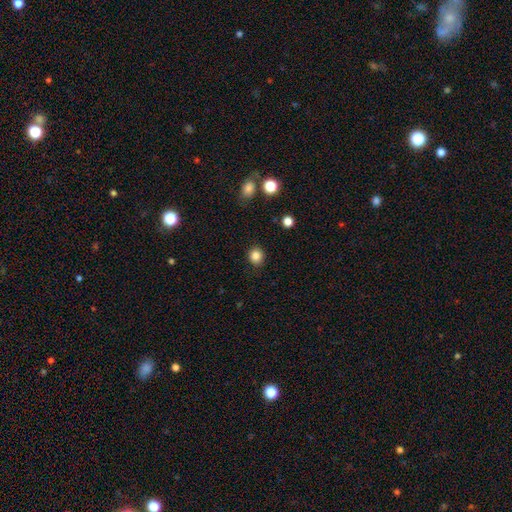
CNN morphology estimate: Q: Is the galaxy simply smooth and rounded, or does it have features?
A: smooth — 84%.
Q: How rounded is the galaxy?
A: round — 81%.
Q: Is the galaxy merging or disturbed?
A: none — 90%.